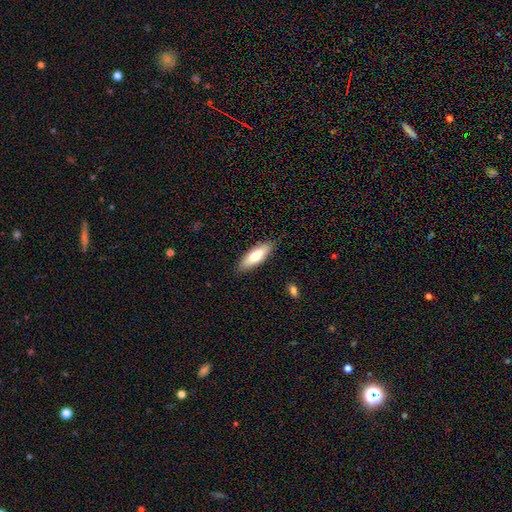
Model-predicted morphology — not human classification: smooth_or_featured: smooth (p=0.73) [alt: featured or disk p=0.22]
how_rounded: in between (p=0.59) [alt: cigar-shaped p=0.39]
merging: none (p=0.85) [alt: minor disturbance p=0.12]